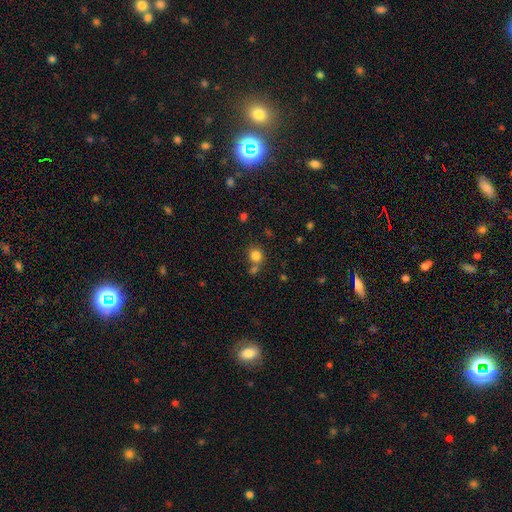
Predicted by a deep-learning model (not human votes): Overall: smooth (82%). How rounded: round (81%). Merging: none (61%; merger 25%).